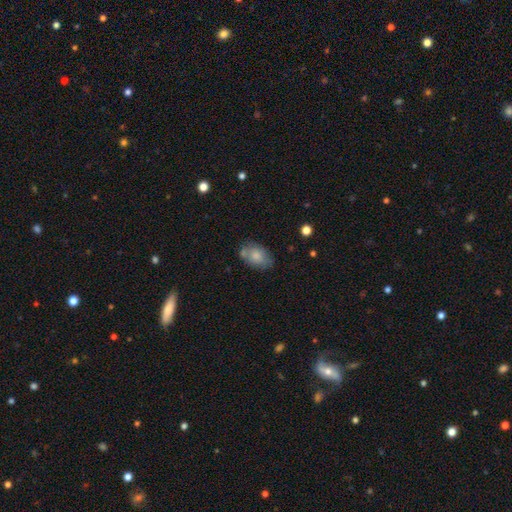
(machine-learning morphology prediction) Overall: smooth (73%). How rounded: in between (87%). Merging: none (61%; minor disturbance 24%).